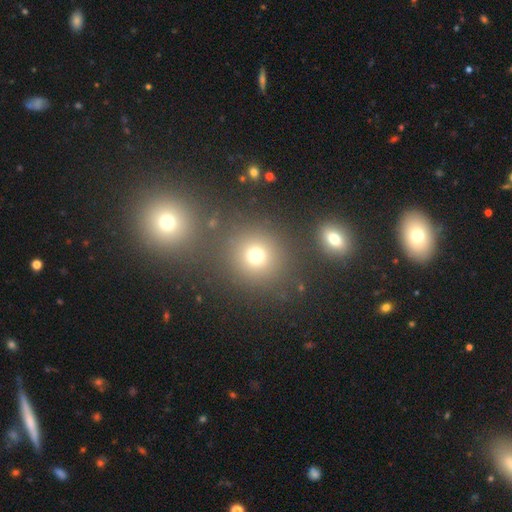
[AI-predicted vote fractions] Overall: smooth (71%). How rounded: round (89%). Merging: none (76%).